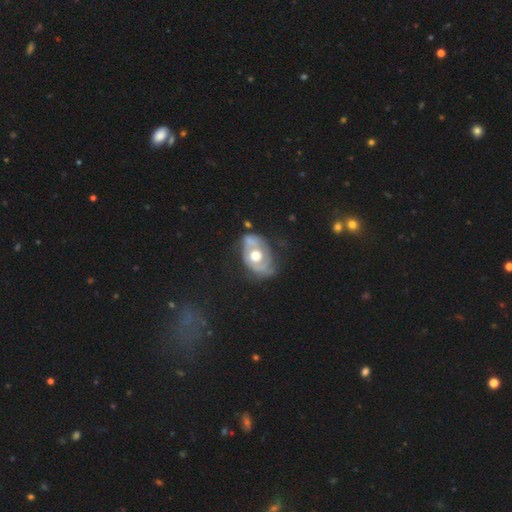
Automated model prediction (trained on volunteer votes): Smooth or featured? featured or disk (71%)
Edge-on disk? no (95%)
Bar? no (82%)
Spiral arms? yes (60%)
Bulge size? moderate (68%)
Merging? none (50%)